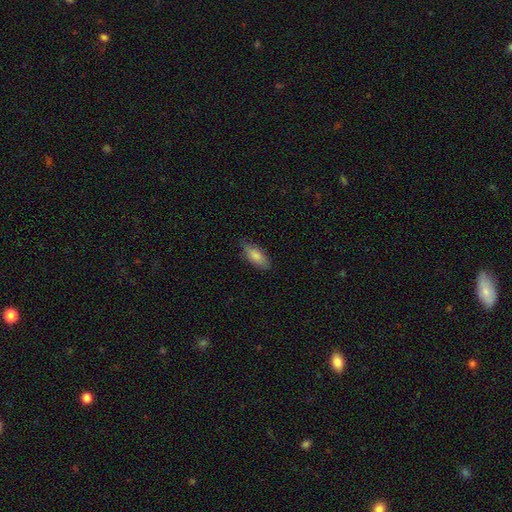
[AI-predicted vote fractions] smooth_or_featured: smooth (p=0.84) [alt: featured or disk p=0.11]
how_rounded: in between (p=0.82) [alt: cigar-shaped p=0.16]
merging: none (p=0.75) [alt: minor disturbance p=0.20]